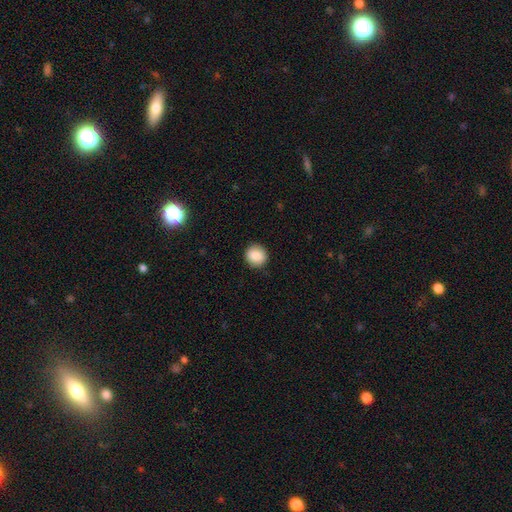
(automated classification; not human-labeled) Smooth or featured?
  - smooth: 87% *
  - star or artifact: 8%
  - featured or disk: 5%
How rounded?
  - round: 89% *
  - in between: 10%
  - cigar-shaped: 1%
Merging?
  - none: 90% *
  - minor disturbance: 7%
  - major disturbance: 2%
  - merger: 1%